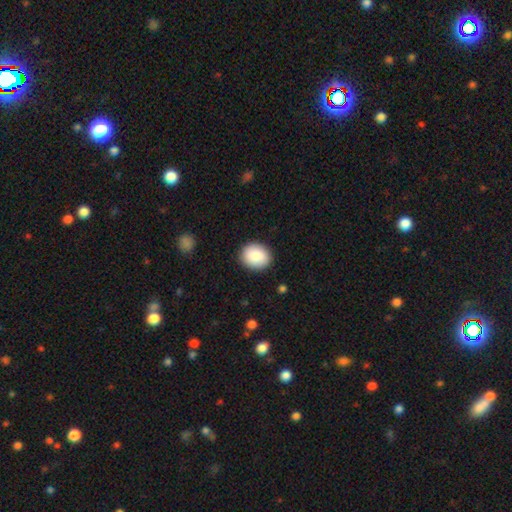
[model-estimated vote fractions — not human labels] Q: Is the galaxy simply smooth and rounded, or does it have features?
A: smooth — 87%.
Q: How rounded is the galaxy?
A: round — 66%.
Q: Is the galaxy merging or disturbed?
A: none — 90%.